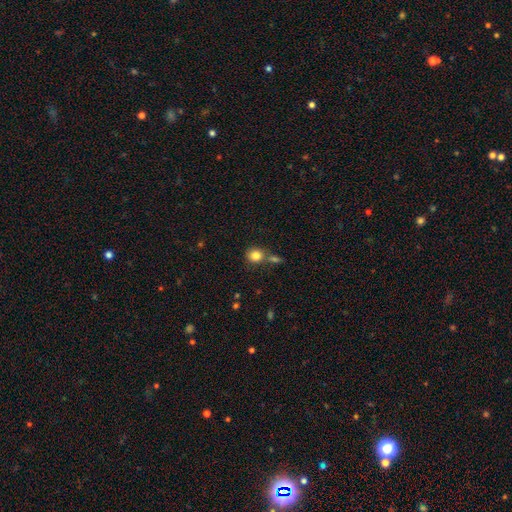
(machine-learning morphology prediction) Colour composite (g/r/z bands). It shows a smooth galaxy with no disk features (83%) that is round (80%). Merging: none (63%).